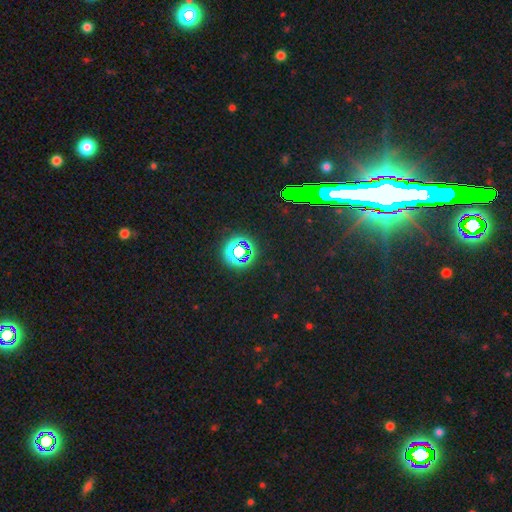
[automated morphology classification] Smooth or featured: star or artifact — 77% (featured or disk — 13%)